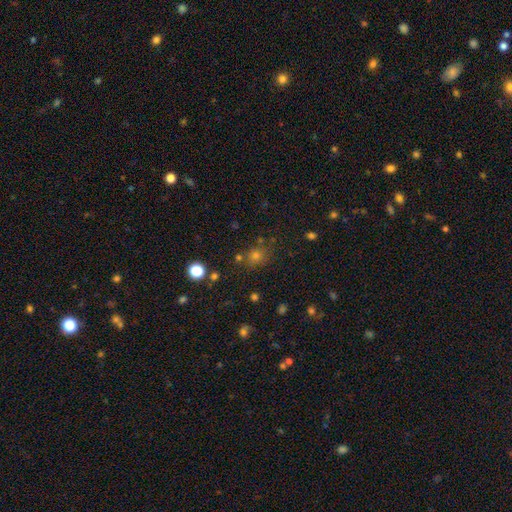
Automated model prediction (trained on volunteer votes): Smooth or featured? Predicted: smooth (p=0.64). How rounded? Predicted: round (p=0.81). Merging? Predicted: none (p=0.77).